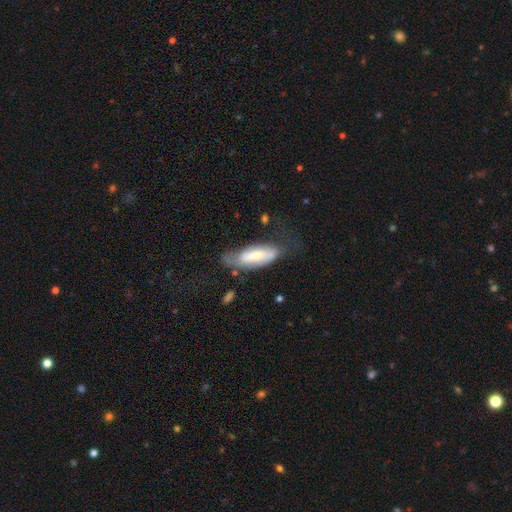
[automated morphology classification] type=smooth (56%); roundness=in between (71%); merging=none (39%).